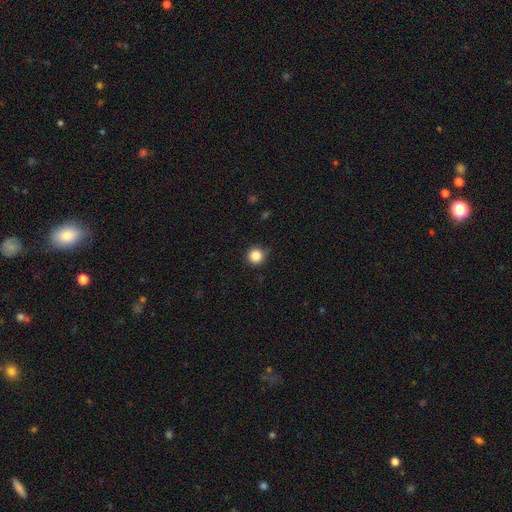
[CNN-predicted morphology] Overall: smooth (86%). How rounded: round (95%). Merging: none (88%).